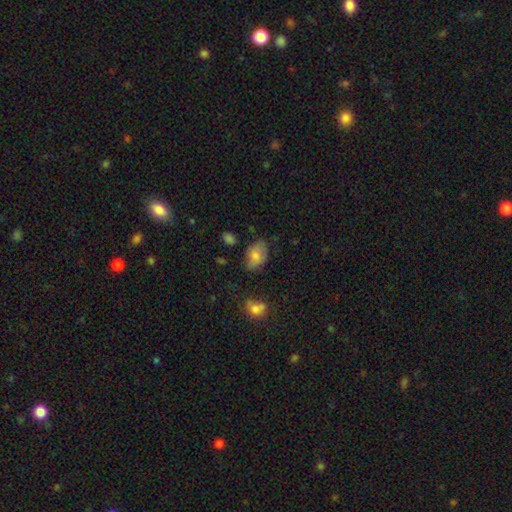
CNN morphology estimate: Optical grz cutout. It shows a smooth galaxy with no disk features (77%) that is in between round and cigar-shaped (86%). Merging: none (61%).